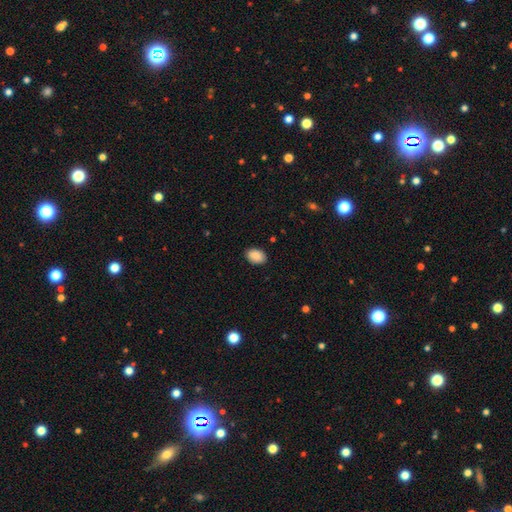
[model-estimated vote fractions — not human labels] Smooth or featured: smooth — 90% (star or artifact — 7%)
How rounded: in between — 86% (round — 13%)
Merging: none — 88% (minor disturbance — 9%)